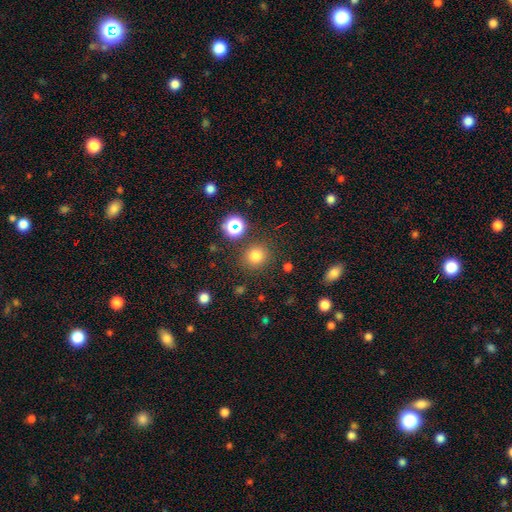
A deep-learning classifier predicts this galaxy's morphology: type=smooth (75%); roundness=round (87%); merging=none (84%).